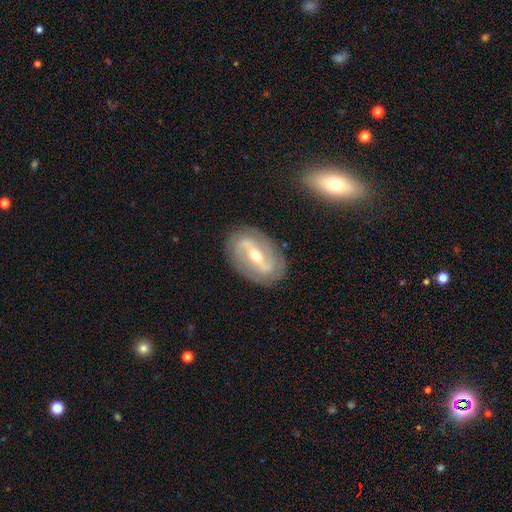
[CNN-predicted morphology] Q: Smooth or featured?
A: featured or disk (84%); runner-up: smooth (11%)
Q: Edge-on disk?
A: no (93%); runner-up: yes (7%)
Q: Bar?
A: strong (62%); runner-up: weak (27%)
Q: Spiral arms?
A: yes (85%); runner-up: no (15%)
Q: Spiral winding?
A: medium (39%); runner-up: tight (36%)
Q: Spiral arm count?
A: 2 (81%); runner-up: can't tell (10%)
Q: Bulge size?
A: moderate (58%); runner-up: small (37%)
Q: Merging?
A: none (84%); runner-up: minor disturbance (11%)